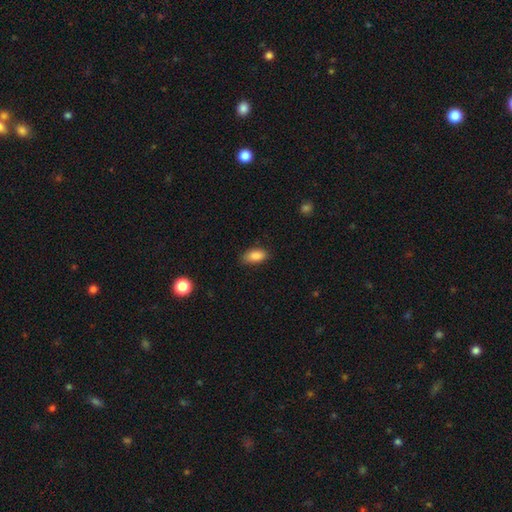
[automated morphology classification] Smooth or featured? smooth (87%)
How rounded? in between (90%)
Merging? none (83%)